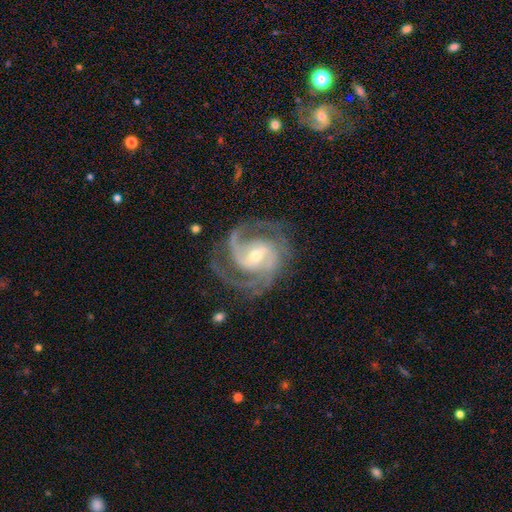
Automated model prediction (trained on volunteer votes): smooth_or_featured: featured or disk (p=0.93) [alt: star or artifact p=0.04]
disk_edge_on: no (p=0.98) [alt: yes p=0.02]
bar: weak (p=0.47) [alt: no p=0.29]
has_spiral_arms: yes (p=0.99) [alt: no p=0.01]
spiral_winding: medium (p=0.50) [alt: tight p=0.43]
spiral_arm_count: 2 (p=0.45) [alt: 3 p=0.38]
bulge_size: moderate (p=0.52) [alt: small p=0.43]
merging: none (p=0.76) [alt: minor disturbance p=0.15]